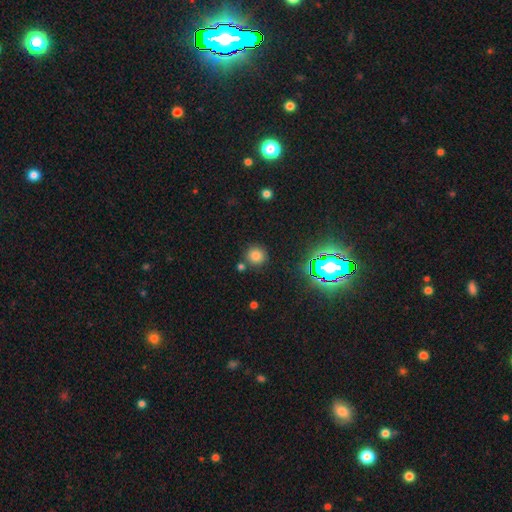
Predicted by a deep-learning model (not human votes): Smooth or featured? Predicted: smooth (p=0.74). How rounded? Predicted: round (p=0.91). Merging? Predicted: none (p=0.80).